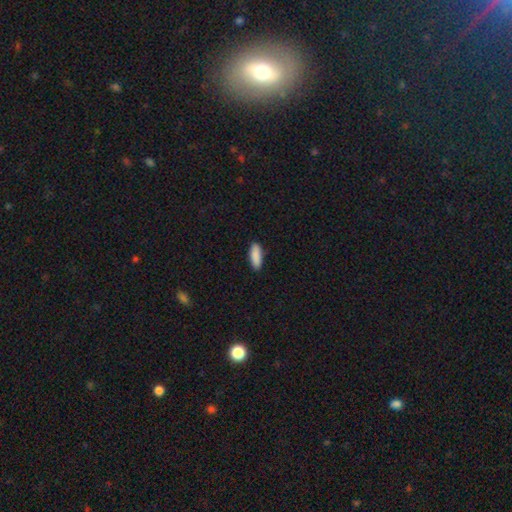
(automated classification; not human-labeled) This is clearly a smooth galaxy (90%). How rounded: likely in between (67%). Merging: clearly none (87%).